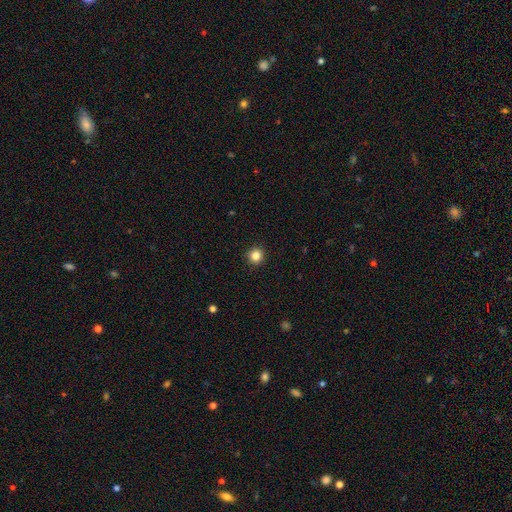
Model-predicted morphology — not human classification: Smooth or featured? Predicted: smooth (p=0.85). How rounded? Predicted: round (p=0.93). Merging? Predicted: none (p=0.92).